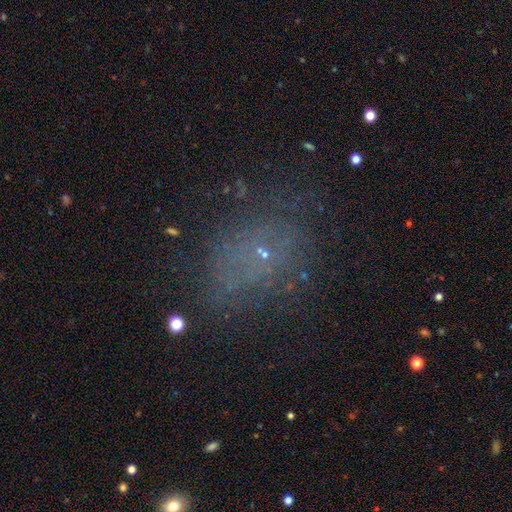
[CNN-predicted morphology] smooth 42%, star or artifact 35%, featured or disk 23%. Down the decision tree: merging — none (60%).